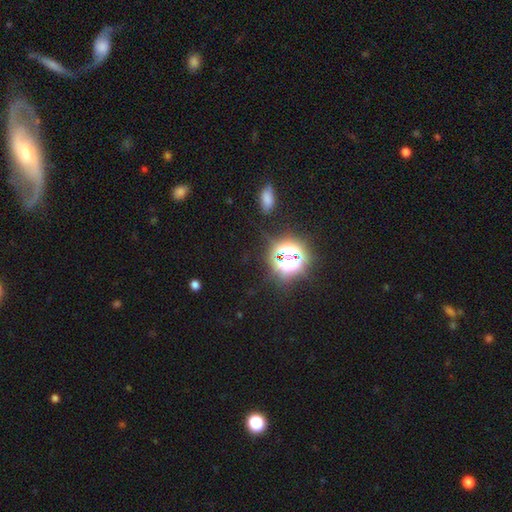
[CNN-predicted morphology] smooth_or_featured: star or artifact (p=0.77) [alt: smooth p=0.17]